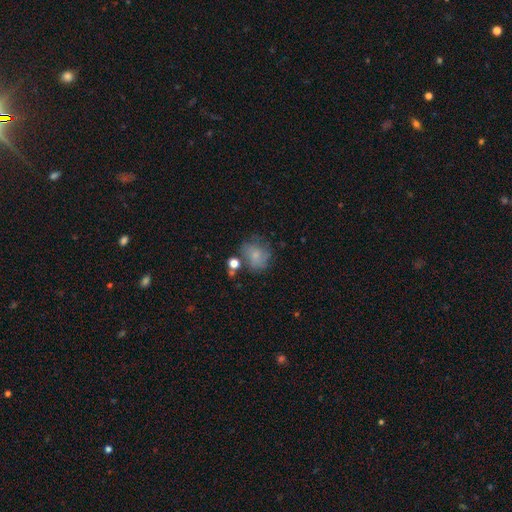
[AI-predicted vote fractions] A smooth galaxy with no disk features (67%) that is round (67%). Merging: none (55%).